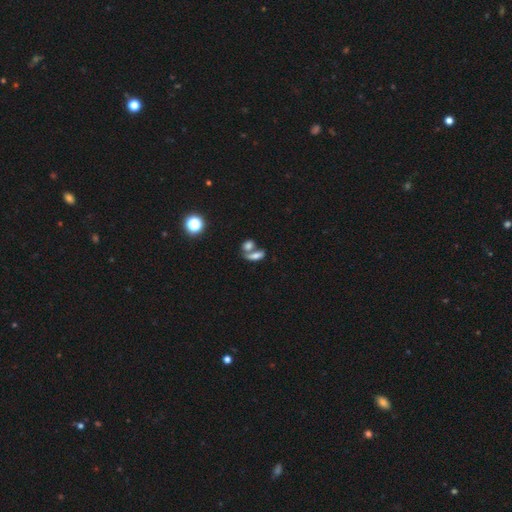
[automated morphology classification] smooth-or-featured: smooth: 68% | featured or disk: 19% | star or artifact: 13%
  how-rounded: in between: 70% | cigar-shaped: 18% | round: 12%
  merging: merger: 57% | none: 31% | minor disturbance: 8% | major disturbance: 4%